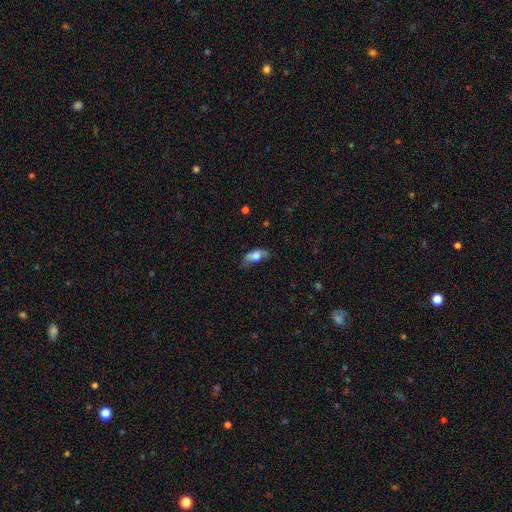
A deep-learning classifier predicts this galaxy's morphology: A smooth galaxy with no disk features (64%) that is in between round and cigar-shaped (79%). Merging: none (36%).